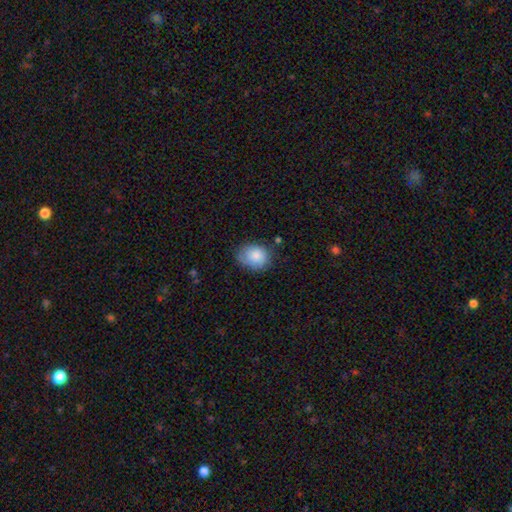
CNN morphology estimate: This appears to be a smooth galaxy with no disk features (81%) that is in between round and cigar-shaped (52%). Merging: none (64%).